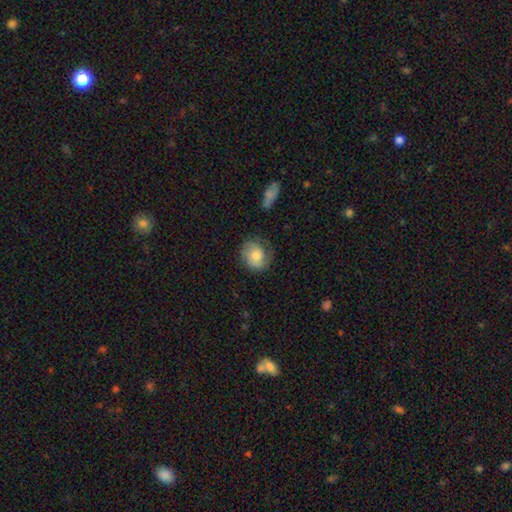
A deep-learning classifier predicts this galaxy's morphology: Smooth or featured: smooth — 64% (featured or disk — 29%)
How rounded: round — 71% (in between — 28%)
Merging: none — 66% (minor disturbance — 24%)